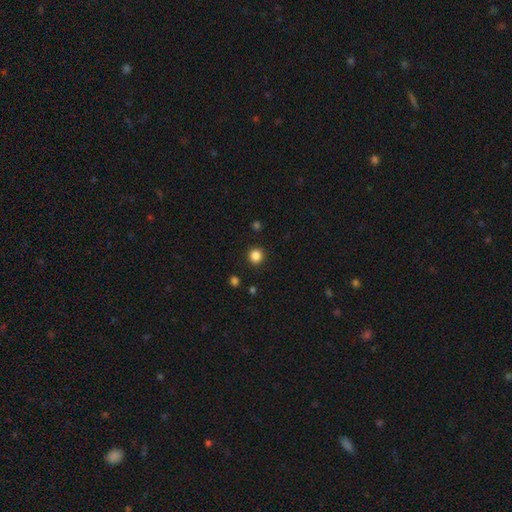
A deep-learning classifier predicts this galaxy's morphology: Smooth or featured? smooth (85%)
How rounded? round (93%)
Merging? none (92%)